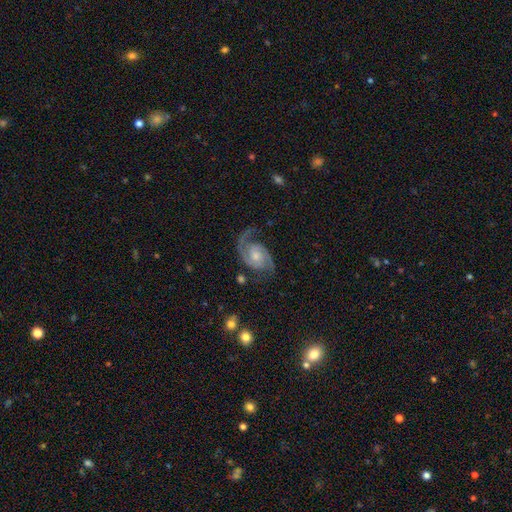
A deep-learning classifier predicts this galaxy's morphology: Overall: featured or disk (90%). Edge-on disk: no (98%). Bar: no (65%; weak 29%). Spiral arms: yes (98%). Spiral arm count: 2 (90%). Spiral winding: medium (53%; tight 29%). Bulge size: moderate (48%; small 40%). Merging: none (71%).